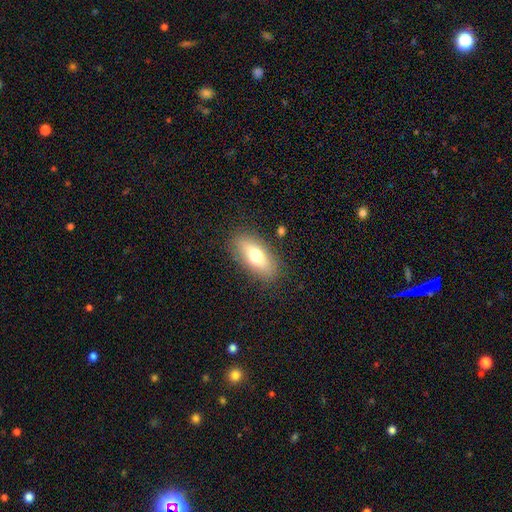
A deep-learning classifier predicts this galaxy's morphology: This appears to be a smooth galaxy with no disk features (68%) that is in between round and cigar-shaped (78%). Merging: none (85%).